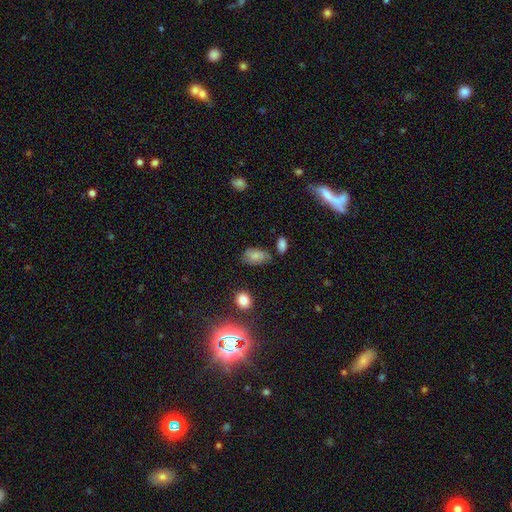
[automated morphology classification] Overall: smooth (77%). How rounded: in between (92%). Merging: none (62%; minor disturbance 26%).